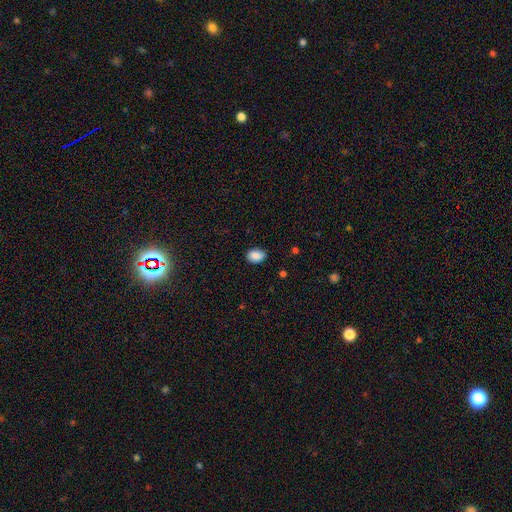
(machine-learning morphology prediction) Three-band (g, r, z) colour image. It shows a smooth galaxy with no disk features (88%) that is in between round and cigar-shaped (74%). Merging: none (83%).